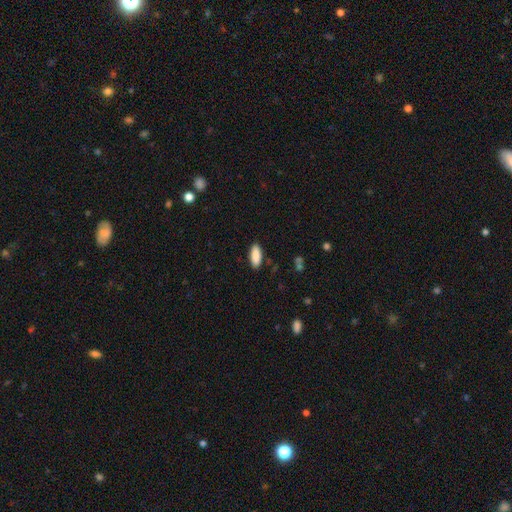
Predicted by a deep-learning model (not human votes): Smooth or featured? smooth (89%)
How rounded? in between (77%)
Merging? none (88%)